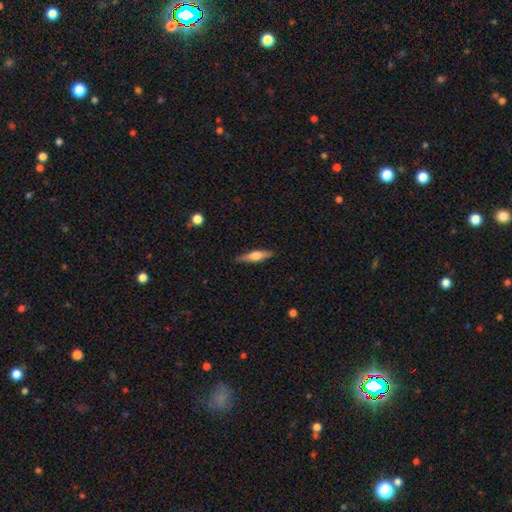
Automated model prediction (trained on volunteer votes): This is possibly a featured or disk galaxy (47%, tied with smooth). Merging: clearly none (87%).